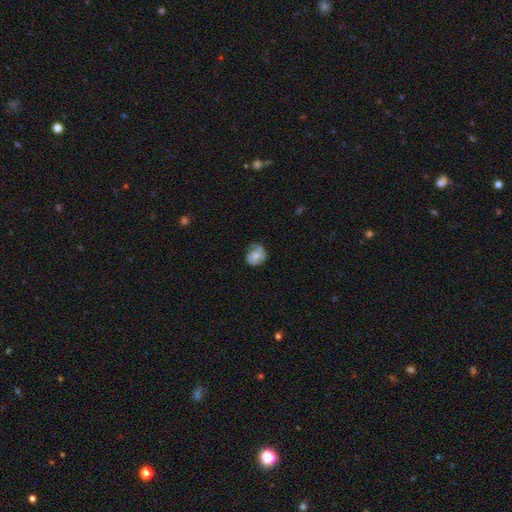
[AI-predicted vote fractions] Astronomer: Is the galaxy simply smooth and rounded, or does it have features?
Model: smooth — 47% (runner-up: featured or disk, 45%).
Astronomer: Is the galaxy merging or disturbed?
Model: none — 52% (runner-up: minor disturbance, 30%).